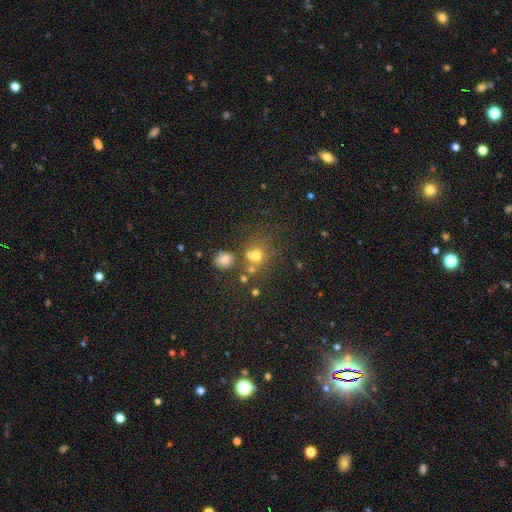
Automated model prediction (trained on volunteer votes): Smooth or featured? Predicted: smooth (p=0.66). How rounded? Predicted: round (p=0.79). Merging? Predicted: none (p=0.53).